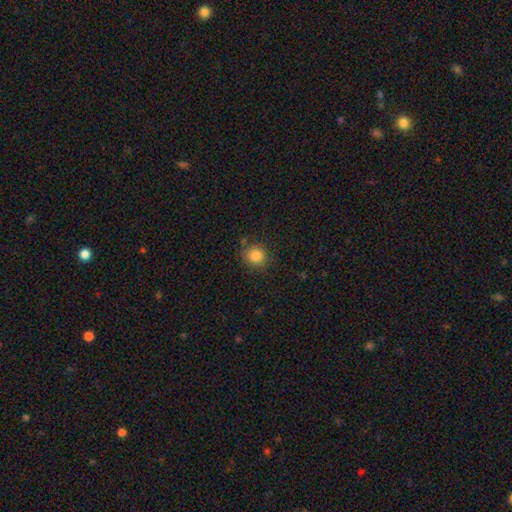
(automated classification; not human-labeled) smooth 85%, star or artifact 11%, featured or disk 5%. Down the decision tree: how rounded — round (84%); merging — none (78%).